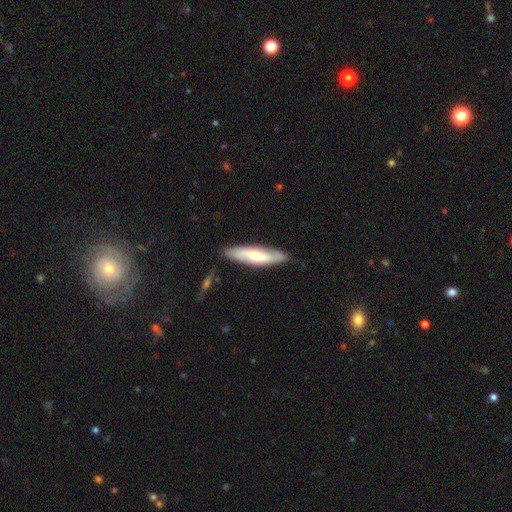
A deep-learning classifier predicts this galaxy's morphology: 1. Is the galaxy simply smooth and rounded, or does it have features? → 58% smooth, 36% featured or disk, 5% star or artifact.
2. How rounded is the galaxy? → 74% cigar-shaped, 25% in between, 1% round.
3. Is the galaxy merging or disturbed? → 80% none, 15% minor disturbance, 3% major disturbance, 2% merger.